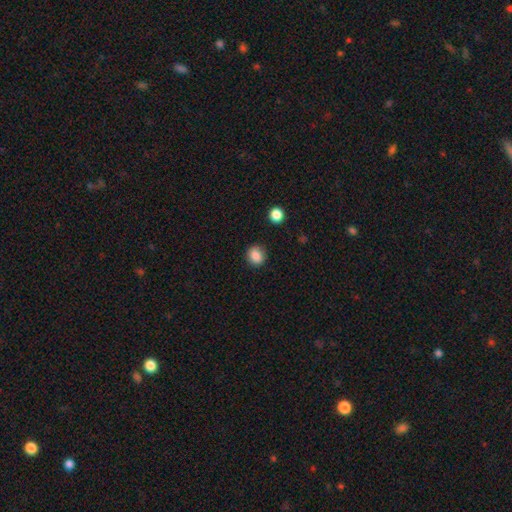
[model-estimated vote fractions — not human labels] Q: Smooth or featured?
A: smooth (86%); runner-up: star or artifact (10%)
Q: How rounded?
A: round (76%); runner-up: in between (23%)
Q: Merging?
A: none (86%); runner-up: minor disturbance (9%)